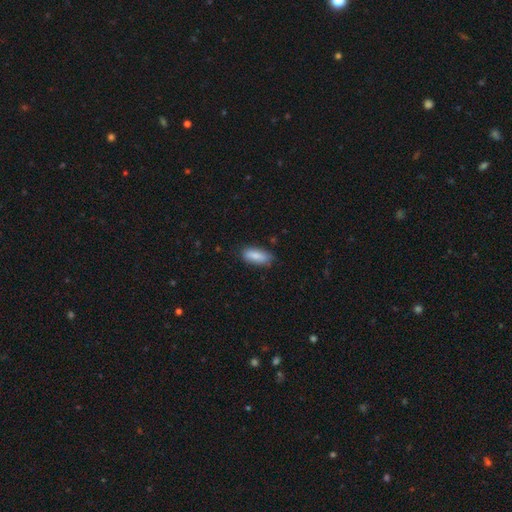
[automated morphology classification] Smooth or featured: smooth — 86% (featured or disk — 8%)
How rounded: in between — 81% (cigar-shaped — 17%)
Merging: none — 77% (minor disturbance — 18%)